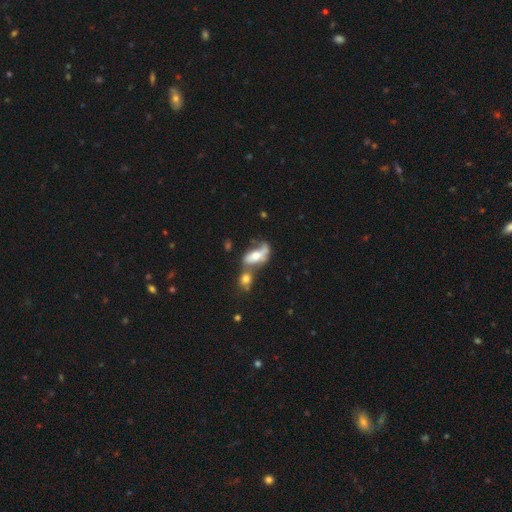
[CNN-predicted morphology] A featured or disk galaxy (50%).

Vote fractions:
- Smooth or featured? featured or disk: 50% / smooth: 42% / star or artifact: 8%
- Merging? merger: 49% / none: 23% / major disturbance: 14% / minor disturbance: 13%